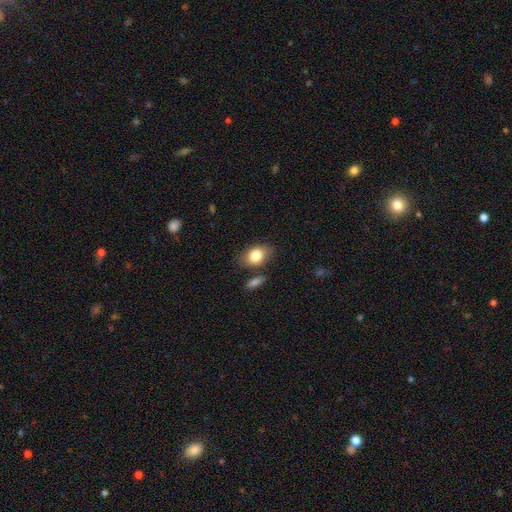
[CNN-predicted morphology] Overall: smooth (81%). How rounded: in between (82%). Merging: none (76%).